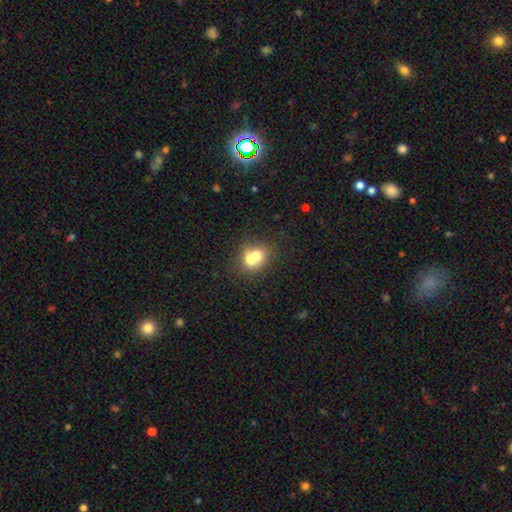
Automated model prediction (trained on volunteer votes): smooth_or_featured: smooth (p=0.64) [alt: featured or disk p=0.25]
how_rounded: round (p=0.67) [alt: in between p=0.32]
merging: merger (p=0.62) [alt: none p=0.27]